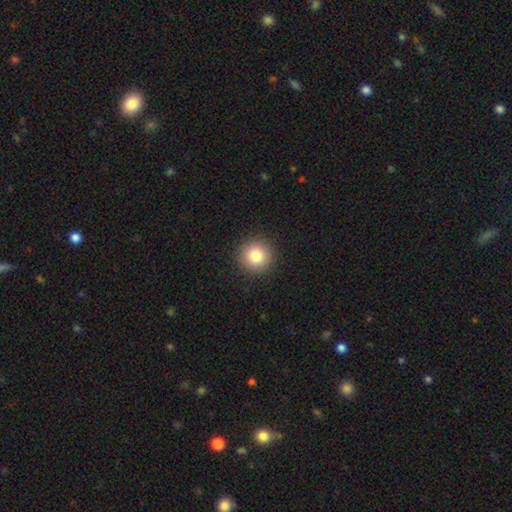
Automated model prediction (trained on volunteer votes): smooth_or_featured: smooth (p=0.82) [alt: star or artifact p=0.10]
how_rounded: round (p=0.95) [alt: in between p=0.04]
merging: none (p=0.92) [alt: minor disturbance p=0.05]